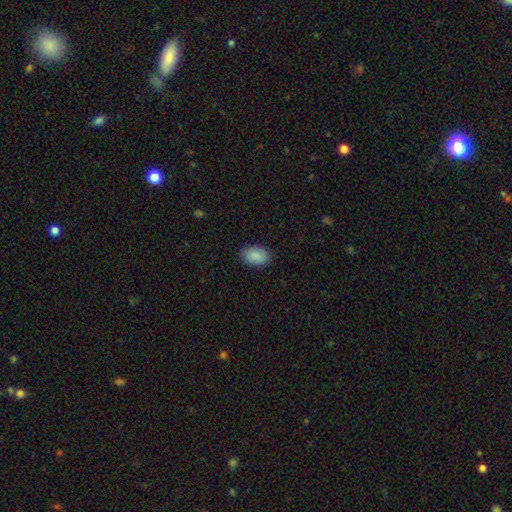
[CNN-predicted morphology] smooth 90%, star or artifact 7%, featured or disk 4%. Down the decision tree: how rounded — in between (90%); merging — none (88%).